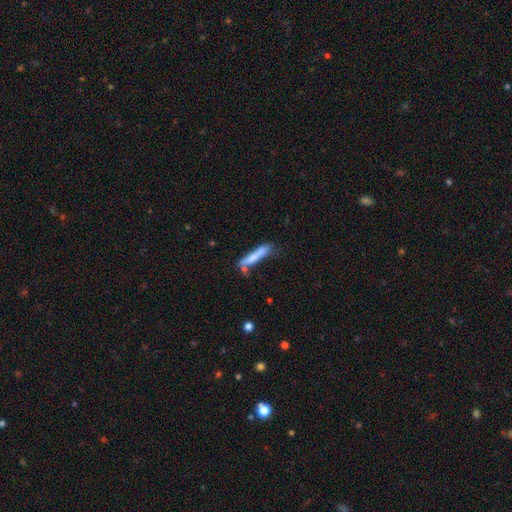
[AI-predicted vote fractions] smooth-or-featured: smooth: 72% | featured or disk: 21% | star or artifact: 7%
  how-rounded: cigar-shaped: 91% | in between: 7% | round: 1%
  merging: none: 54% | minor disturbance: 25% | merger: 11% | major disturbance: 10%